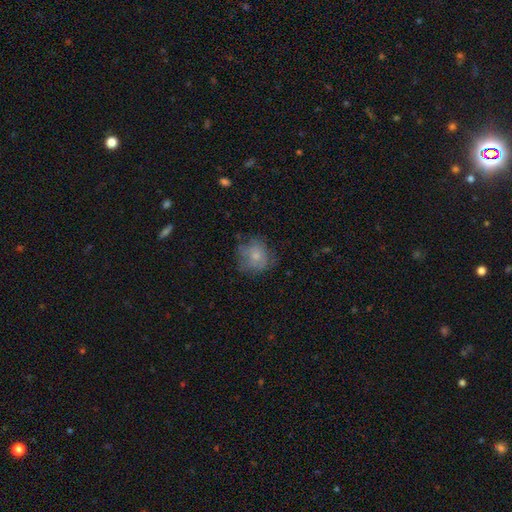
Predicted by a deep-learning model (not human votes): This appears to be a smooth galaxy with no disk features (69%) that is round (80%). Merging: none (60%).